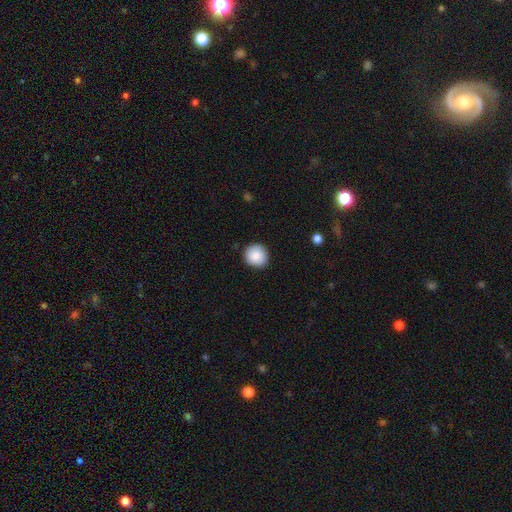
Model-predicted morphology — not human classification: Overall: smooth (88%). How rounded: round (92%). Merging: none (90%).